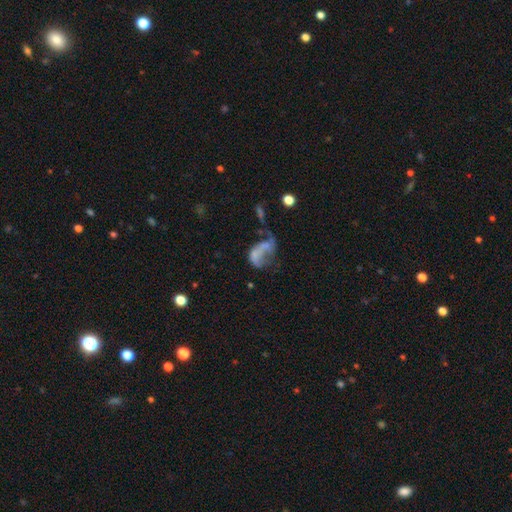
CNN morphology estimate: Smooth or featured? featured or disk (46%)
Merging? major disturbance (44%)